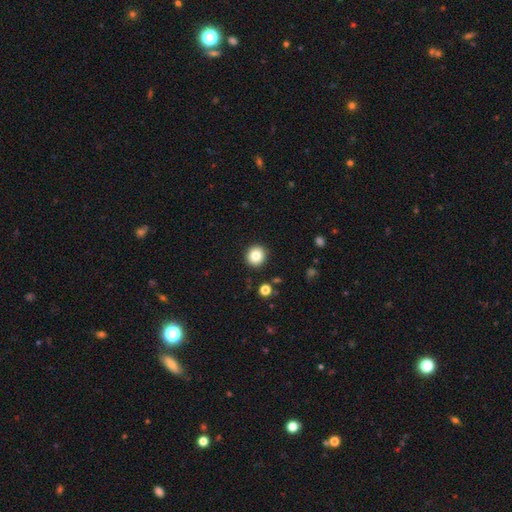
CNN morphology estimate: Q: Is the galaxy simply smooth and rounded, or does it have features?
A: smooth — 83%.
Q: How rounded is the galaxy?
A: round — 92%.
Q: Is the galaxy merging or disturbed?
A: none — 92%.